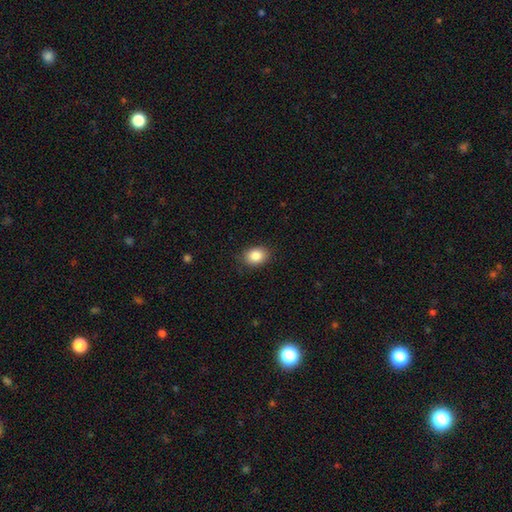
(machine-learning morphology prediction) This is clearly a smooth galaxy (87%). How rounded: likely in between (67%). Merging: clearly none (86%).